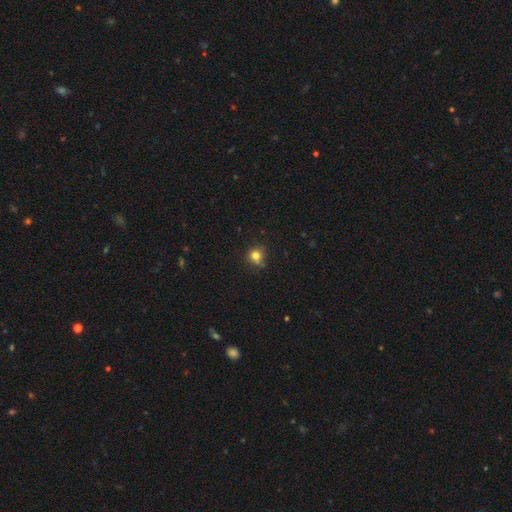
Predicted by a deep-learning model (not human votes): smooth 78%, star or artifact 14%, featured or disk 8%. Down the decision tree: how rounded — round (86%); merging — none (67%).